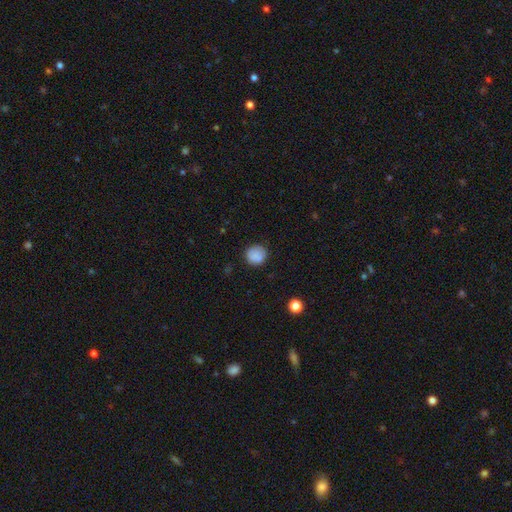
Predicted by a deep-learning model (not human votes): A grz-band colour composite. It shows a smooth galaxy with no disk features (85%) that is round (86%). Merging: none (81%).